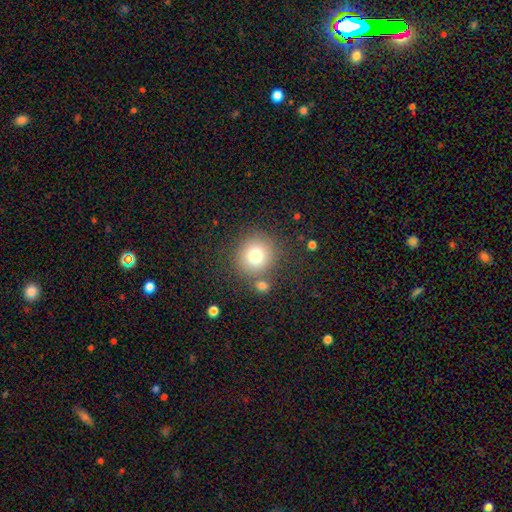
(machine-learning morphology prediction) This is likely a smooth galaxy (77%). How rounded: clearly round (91%). Merging: likely none (76%).